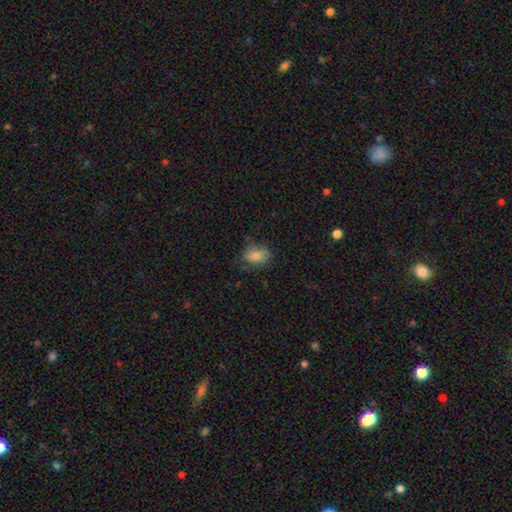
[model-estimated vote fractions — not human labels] This is likely a smooth galaxy (77%). How rounded: likely in between (76%). Merging: likely none (64%).